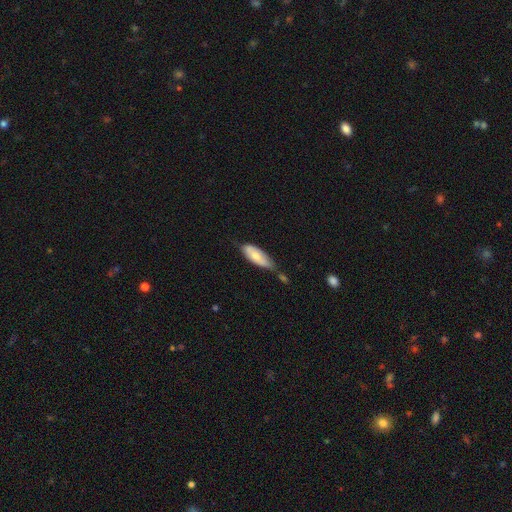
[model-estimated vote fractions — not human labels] smooth-or-featured: smooth: 69% | featured or disk: 25% | star or artifact: 6%
  how-rounded: in between: 69% | cigar-shaped: 30% | round: 2%
  merging: none: 46% | minor disturbance: 33% | merger: 13% | major disturbance: 7%